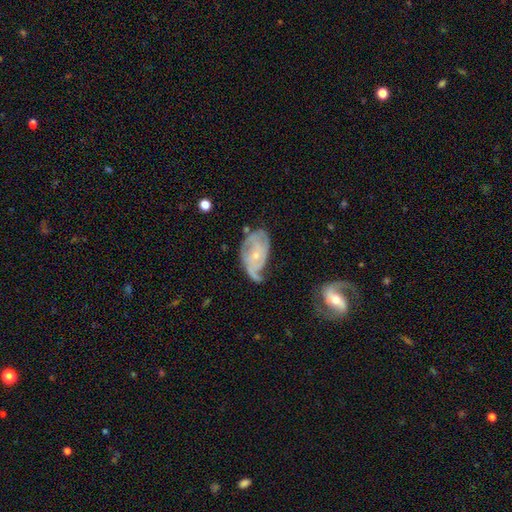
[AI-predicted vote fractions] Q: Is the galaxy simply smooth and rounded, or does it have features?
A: featured or disk — 78%.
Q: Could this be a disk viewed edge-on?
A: no — 96%.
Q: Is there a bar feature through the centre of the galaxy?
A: no — 71%.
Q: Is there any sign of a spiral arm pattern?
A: yes — 88%.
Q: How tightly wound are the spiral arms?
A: tight — 47%.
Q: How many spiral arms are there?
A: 2 — 36%.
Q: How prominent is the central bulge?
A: small — 70%.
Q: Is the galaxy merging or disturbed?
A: none — 39%.